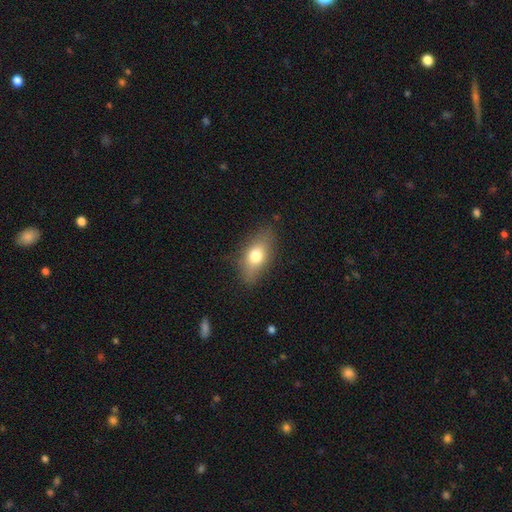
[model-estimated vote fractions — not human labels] A smooth galaxy with no disk features (72%) that is in between round and cigar-shaped (82%). Merging: none (79%).